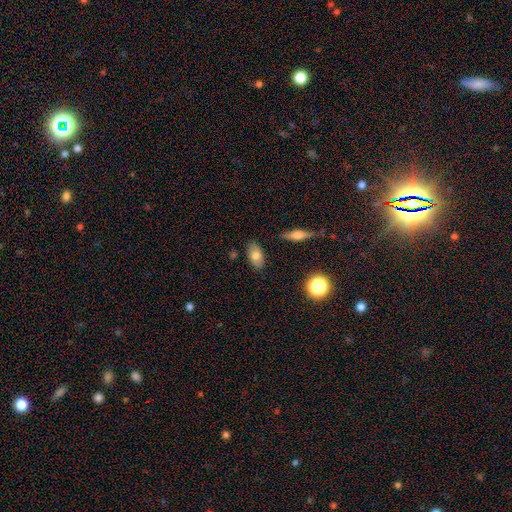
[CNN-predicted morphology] Smooth or featured?
  - smooth: 74% *
  - featured or disk: 17%
  - star or artifact: 8%
How rounded?
  - in between: 90% *
  - round: 6%
  - cigar-shaped: 4%
Merging?
  - none: 84% *
  - minor disturbance: 11%
  - merger: 2%
  - major disturbance: 2%